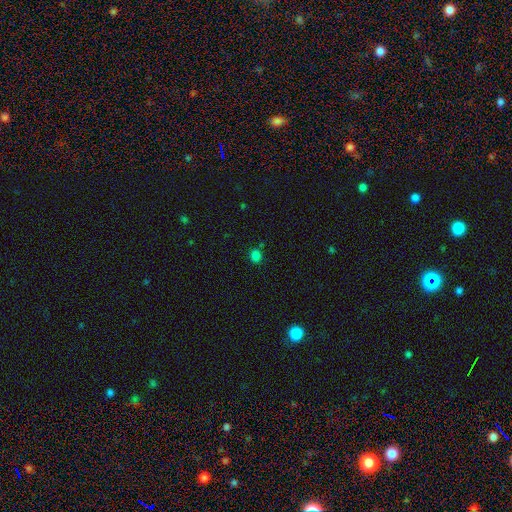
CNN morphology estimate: type=smooth (78%); roundness=round (75%); merging=none (82%).